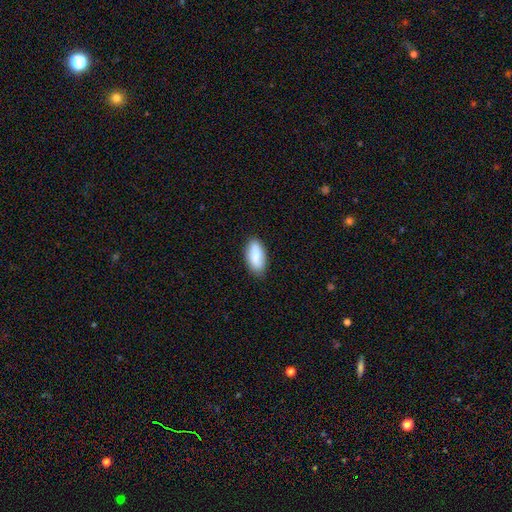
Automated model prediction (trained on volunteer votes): Smooth or featured?
  - smooth: 82% *
  - featured or disk: 12%
  - star or artifact: 6%
How rounded?
  - in between: 90% *
  - cigar-shaped: 8%
  - round: 2%
Merging?
  - none: 81% *
  - minor disturbance: 15%
  - major disturbance: 2%
  - merger: 1%